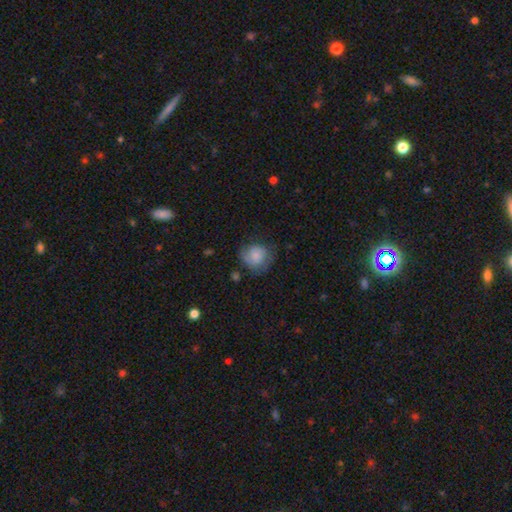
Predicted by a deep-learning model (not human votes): Q: Smooth or featured?
A: smooth (70%); runner-up: featured or disk (22%)
Q: How rounded?
A: round (79%); runner-up: in between (20%)
Q: Merging?
A: none (57%); runner-up: minor disturbance (27%)